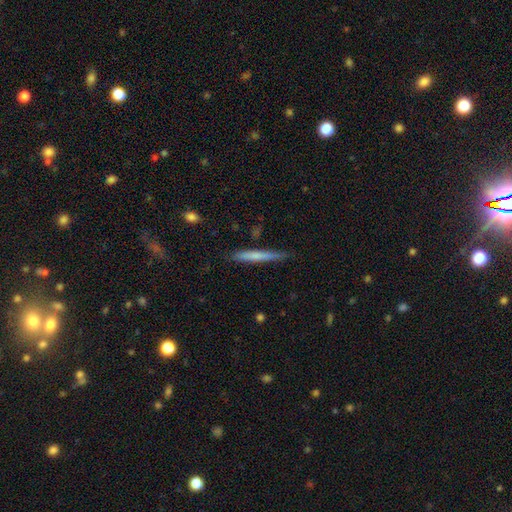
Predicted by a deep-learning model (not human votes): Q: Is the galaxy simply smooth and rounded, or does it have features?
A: smooth — 63%.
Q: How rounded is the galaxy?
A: cigar-shaped — 96%.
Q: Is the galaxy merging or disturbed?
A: none — 79%.